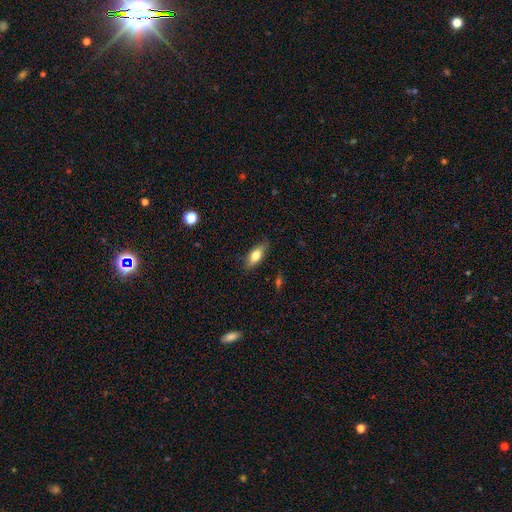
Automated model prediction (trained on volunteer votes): A smooth galaxy with no disk features (71%) that is in between round and cigar-shaped (77%).

Vote fractions:
- Smooth or featured? smooth: 71% / featured or disk: 22% / star or artifact: 7%
- How rounded? in between: 77% / cigar-shaped: 20% / round: 4%
- Merging? none: 82% / minor disturbance: 14% / major disturbance: 3% / merger: 1%